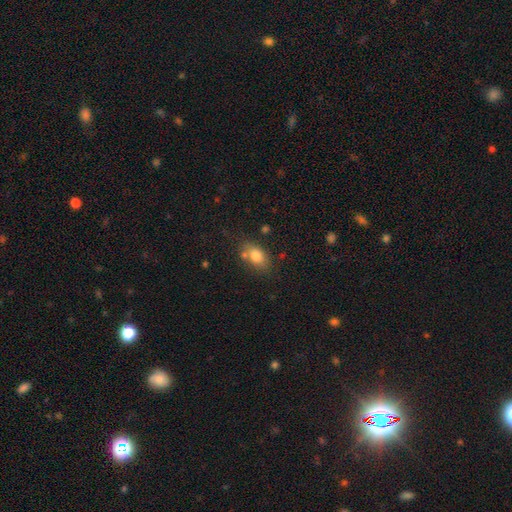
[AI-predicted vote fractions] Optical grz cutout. It shows a smooth galaxy with no disk features (80%) that is in between round and cigar-shaped (83%). Merging: none (67%).